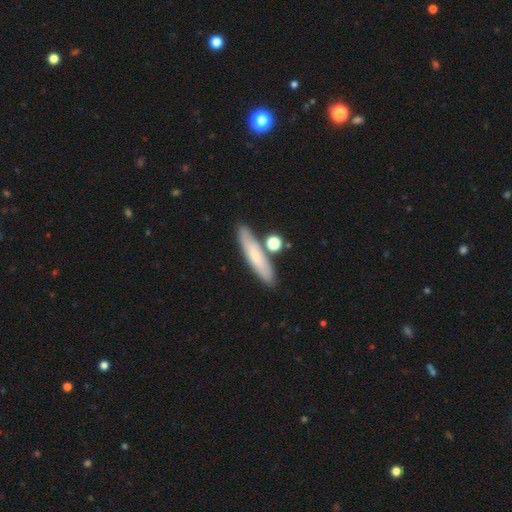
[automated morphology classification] smooth-or-featured: smooth: 64% | featured or disk: 29% | star or artifact: 8%
  how-rounded: cigar-shaped: 80% | in between: 17% | round: 3%
  merging: none: 77% | minor disturbance: 11% | merger: 9% | major disturbance: 3%